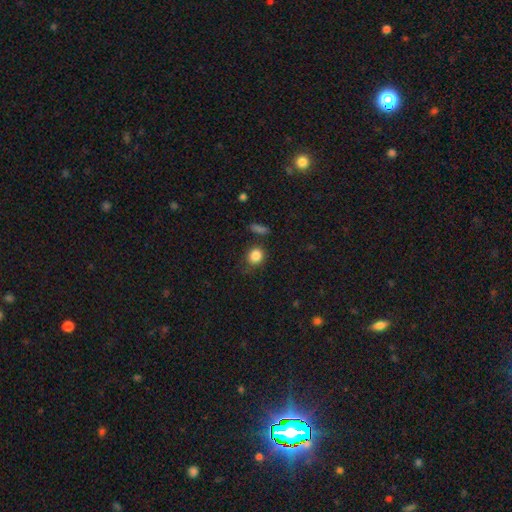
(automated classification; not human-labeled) Smooth or featured?
  - smooth: 85% *
  - star or artifact: 10%
  - featured or disk: 5%
How rounded?
  - round: 80% *
  - in between: 18%
  - cigar-shaped: 1%
Merging?
  - none: 75% *
  - minor disturbance: 16%
  - merger: 5%
  - major disturbance: 5%